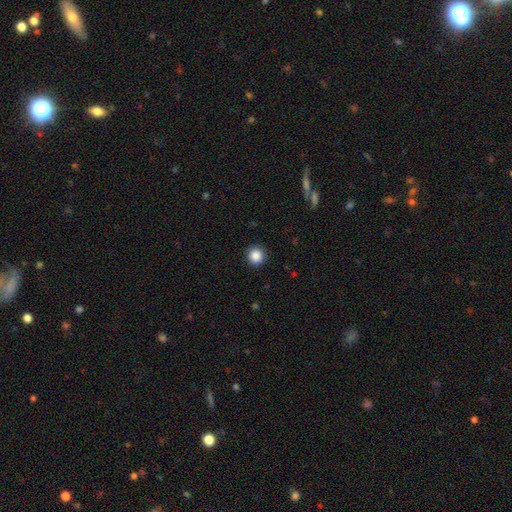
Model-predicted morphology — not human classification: Q: Smooth or featured?
A: smooth (87%); runner-up: star or artifact (10%)
Q: How rounded?
A: round (95%); runner-up: in between (4%)
Q: Merging?
A: none (92%); runner-up: minor disturbance (5%)